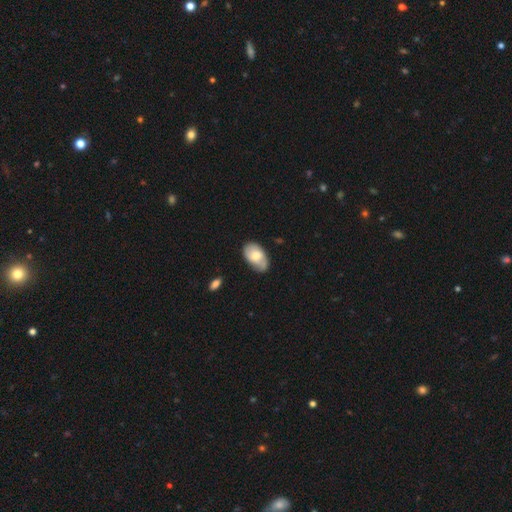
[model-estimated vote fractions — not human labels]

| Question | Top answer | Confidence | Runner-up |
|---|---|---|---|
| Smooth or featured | smooth | 58% | featured or disk (36%) |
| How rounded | in between | 91% | round (7%) |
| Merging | none | 61% | minor disturbance (30%) |